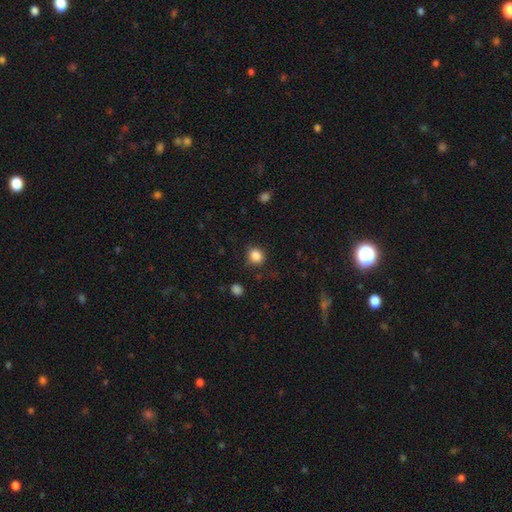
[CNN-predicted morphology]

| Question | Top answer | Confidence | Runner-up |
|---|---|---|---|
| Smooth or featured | smooth | 86% | star or artifact (11%) |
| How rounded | round | 81% | in between (18%) |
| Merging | none | 84% | minor disturbance (11%) |